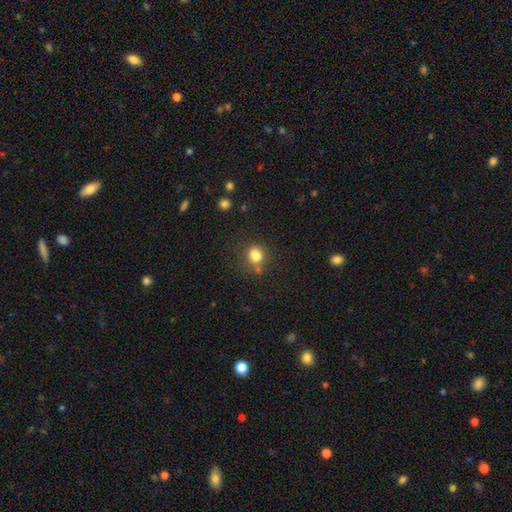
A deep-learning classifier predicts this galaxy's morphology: Smooth or featured? smooth (82%)
How rounded? round (78%)
Merging? none (69%)